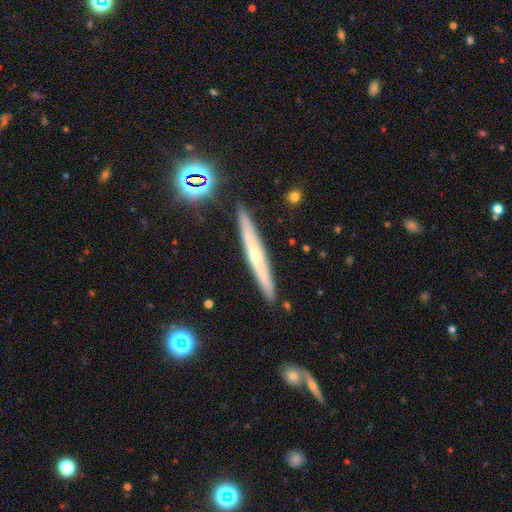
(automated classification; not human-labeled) A featured or disk galaxy (59%) viewed edge-on (95%) with a rounded central bulge (60%). Merging: none (90%).